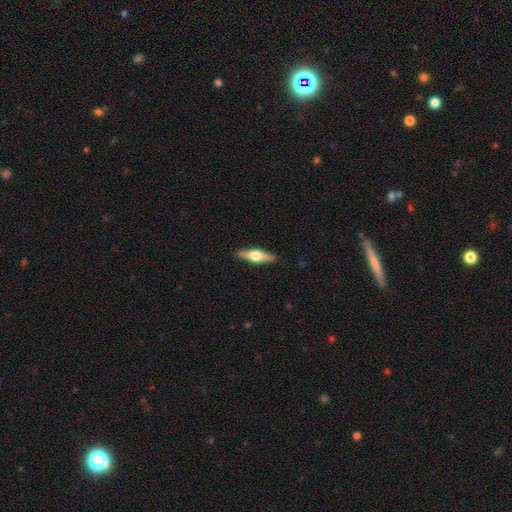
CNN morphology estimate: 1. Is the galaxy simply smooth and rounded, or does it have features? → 66% featured or disk, 29% smooth, 5% star or artifact.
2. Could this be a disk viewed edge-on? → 97% yes, 3% no.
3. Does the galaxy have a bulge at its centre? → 95% rounded, 3% boxy, 1% none.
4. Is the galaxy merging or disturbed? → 90% none, 7% minor disturbance, 1% major disturbance, 1% merger.